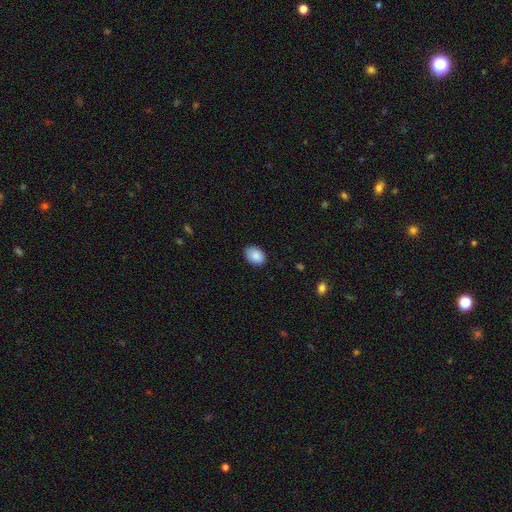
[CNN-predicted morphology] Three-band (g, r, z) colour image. It shows a smooth galaxy with no disk features (89%) that is in between round and cigar-shaped (81%). Merging: none (85%).